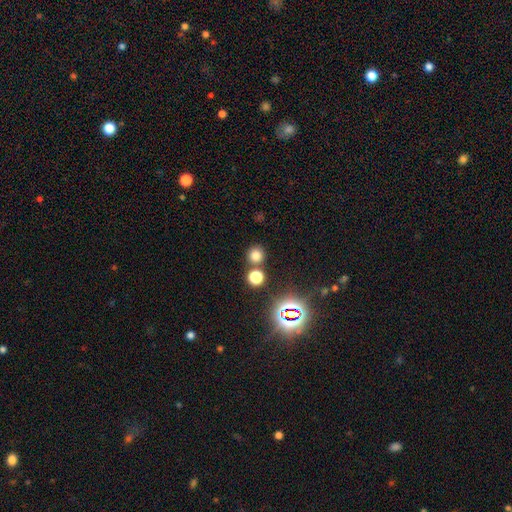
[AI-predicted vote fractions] Overall: smooth (73%). How rounded: round (90%). Merging: none (76%).